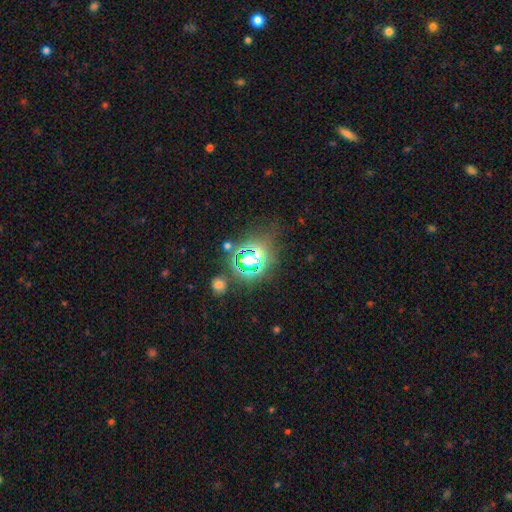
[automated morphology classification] A star or artifact, not a galaxy (52%).

Vote fractions:
- Smooth or featured? star or artifact: 52% / smooth: 36% / featured or disk: 12%